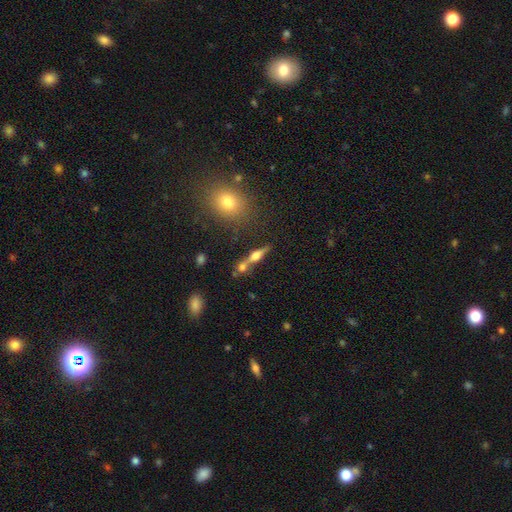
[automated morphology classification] A featured or disk galaxy (63%) viewed edge-on (92%) with a rounded central bulge (94%). Merging: none (60%).